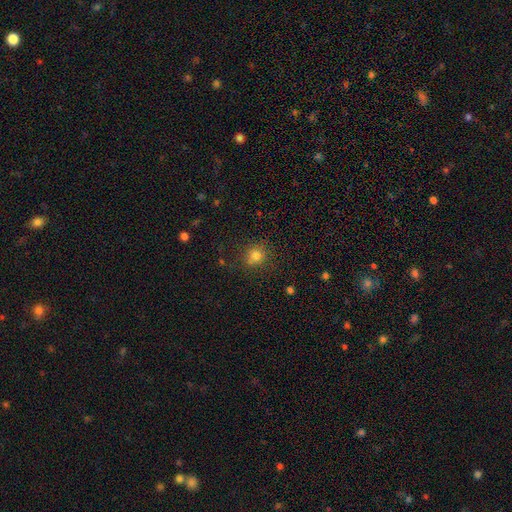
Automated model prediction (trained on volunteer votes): smooth-or-featured: smooth: 78% | star or artifact: 15% | featured or disk: 7%
  how-rounded: round: 79% | in between: 20% | cigar-shaped: 1%
  merging: none: 76% | minor disturbance: 14% | major disturbance: 5% | merger: 4%